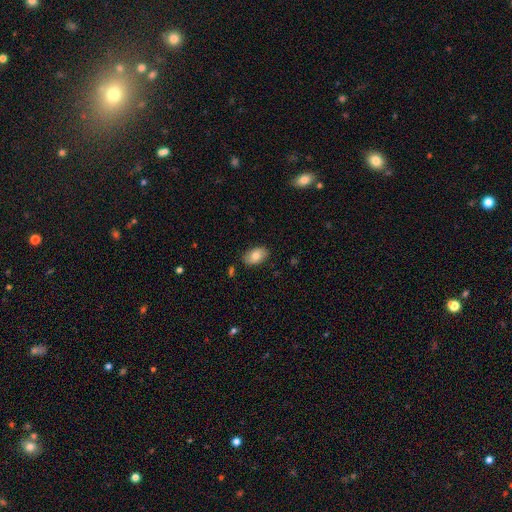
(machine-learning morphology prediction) smooth-or-featured: smooth: 78% | featured or disk: 16% | star or artifact: 7%
  how-rounded: in between: 92% | round: 6% | cigar-shaped: 1%
  merging: none: 84% | minor disturbance: 12% | major disturbance: 2% | merger: 2%